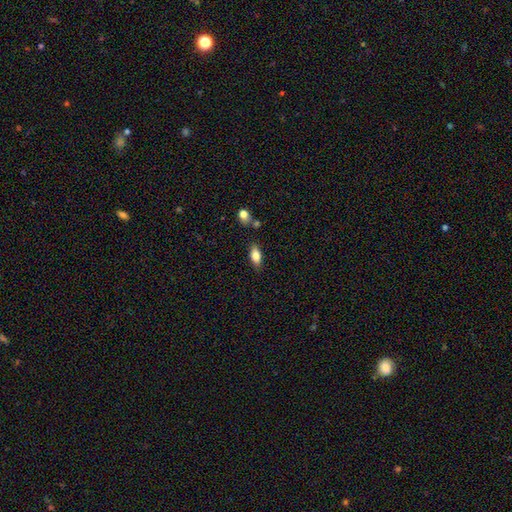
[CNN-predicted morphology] The model was most divided on "smooth or featured": smooth: 78%, featured or disk: 15%, star or artifact: 7%. More confident: how rounded — in between (83%); merging — none (80%).